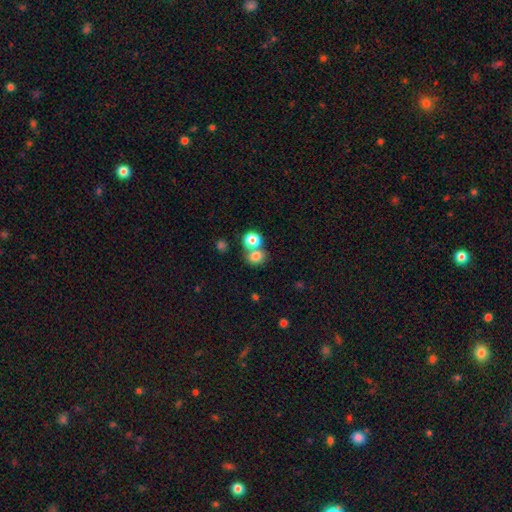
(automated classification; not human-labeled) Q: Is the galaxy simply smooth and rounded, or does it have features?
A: smooth — 78%.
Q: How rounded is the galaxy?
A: round — 73%.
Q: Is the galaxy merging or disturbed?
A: none — 50%.